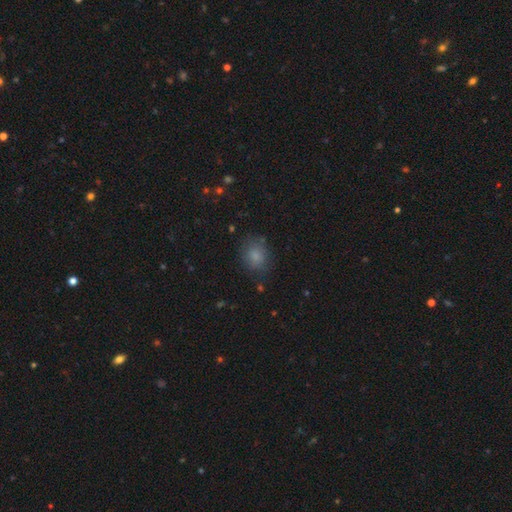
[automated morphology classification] type=smooth (82%); roundness=round (54%); merging=none (79%).